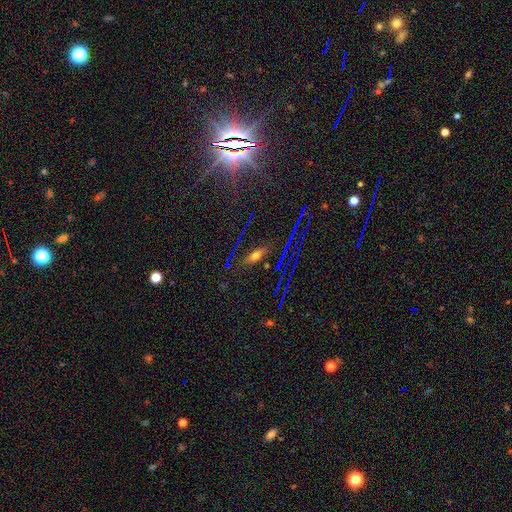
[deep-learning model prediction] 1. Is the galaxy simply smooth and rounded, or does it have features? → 40% smooth, 30% star or artifact, 30% featured or disk.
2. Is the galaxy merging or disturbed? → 82% none, 12% minor disturbance, 4% major disturbance, 3% merger.